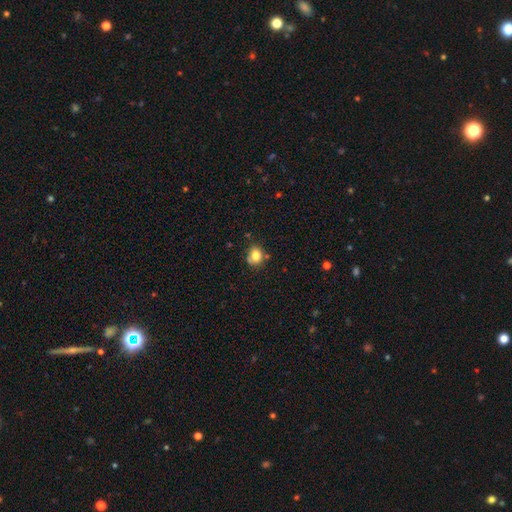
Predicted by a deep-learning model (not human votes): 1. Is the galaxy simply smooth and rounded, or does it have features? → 80% smooth, 11% star or artifact, 9% featured or disk.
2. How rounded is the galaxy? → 67% round, 32% in between, 1% cigar-shaped.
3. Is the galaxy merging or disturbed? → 67% none, 20% minor disturbance, 8% merger, 5% major disturbance.